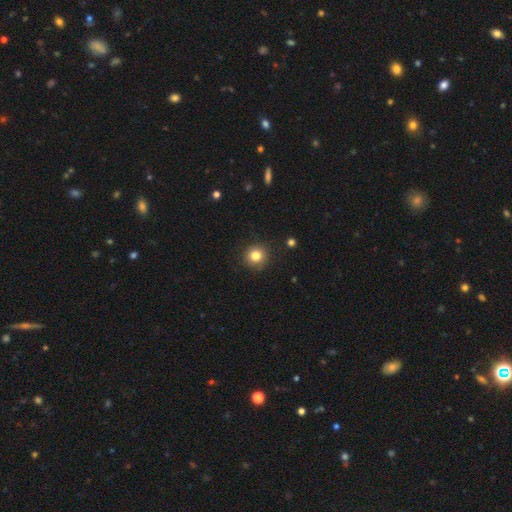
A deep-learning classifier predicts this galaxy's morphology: This appears to be a smooth galaxy with no disk features (82%) that is round (93%). Merging: none (90%).